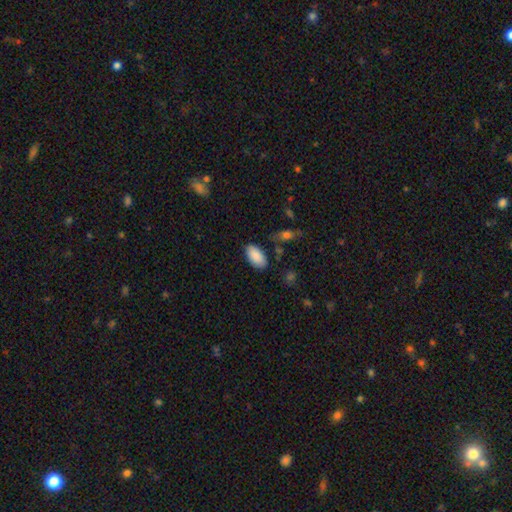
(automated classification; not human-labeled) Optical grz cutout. It shows a smooth galaxy with no disk features (89%) that is in between round and cigar-shaped (95%). Merging: none (81%).